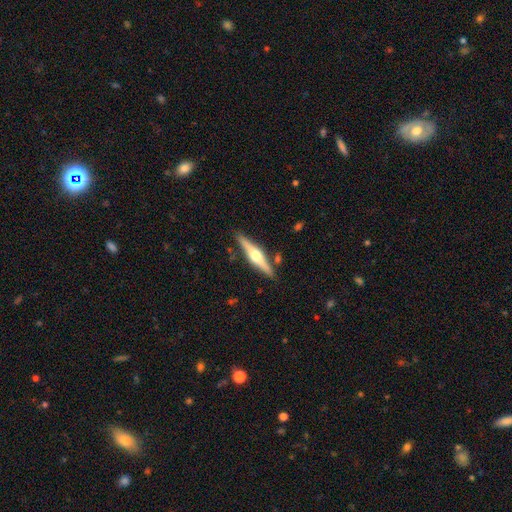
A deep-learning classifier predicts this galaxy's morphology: featured or disk 71%, smooth 24%, star or artifact 5%. Down the decision tree: edge-on disk — yes (97%); edge-on bulge — rounded (95%); merging — none (86%).